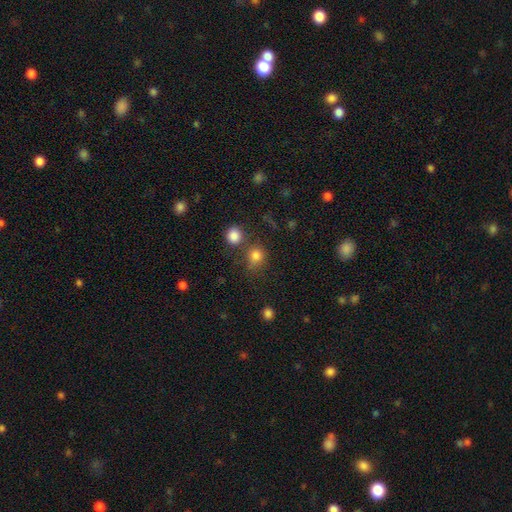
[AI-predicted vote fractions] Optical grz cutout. It shows a smooth galaxy with no disk features (80%) that is round (80%). Merging: none (63%).